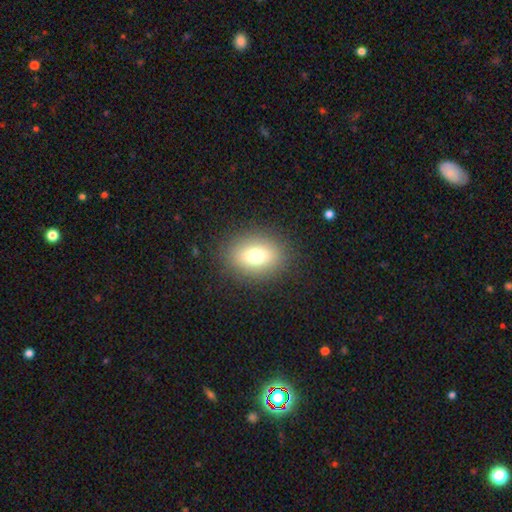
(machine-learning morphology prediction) smooth-or-featured: smooth: 71% | featured or disk: 15% | star or artifact: 13%
  how-rounded: in between: 62% | round: 36% | cigar-shaped: 2%
  merging: none: 86% | minor disturbance: 9% | major disturbance: 4% | merger: 1%